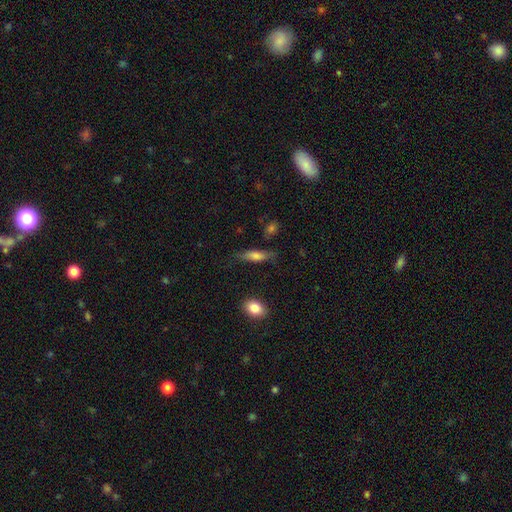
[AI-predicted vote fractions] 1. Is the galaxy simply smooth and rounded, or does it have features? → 66% smooth, 26% featured or disk, 8% star or artifact.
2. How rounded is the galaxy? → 54% cigar-shaped, 43% in between, 3% round.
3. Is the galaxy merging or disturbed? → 70% none, 21% minor disturbance, 7% major disturbance, 2% merger.